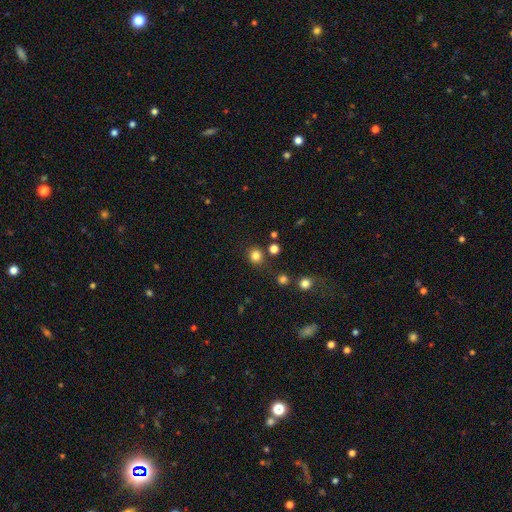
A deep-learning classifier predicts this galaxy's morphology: A smooth galaxy with no disk features (81%) that is round (88%).

Vote fractions:
- Smooth or featured? smooth: 81% / star or artifact: 15% / featured or disk: 4%
- How rounded? round: 88% / in between: 11% / cigar-shaped: 1%
- Merging? none: 83% / minor disturbance: 9% / merger: 5% / major disturbance: 3%